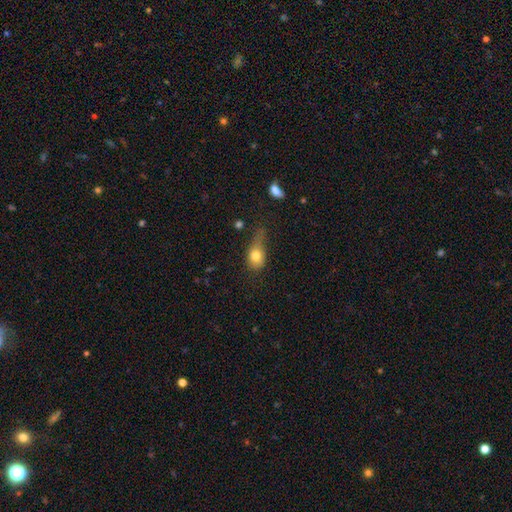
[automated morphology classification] smooth-or-featured: smooth: 76% | featured or disk: 14% | star or artifact: 10%
  how-rounded: in between: 59% | round: 36% | cigar-shaped: 4%
  merging: major disturbance: 36% | minor disturbance: 35% | none: 24% | merger: 5%